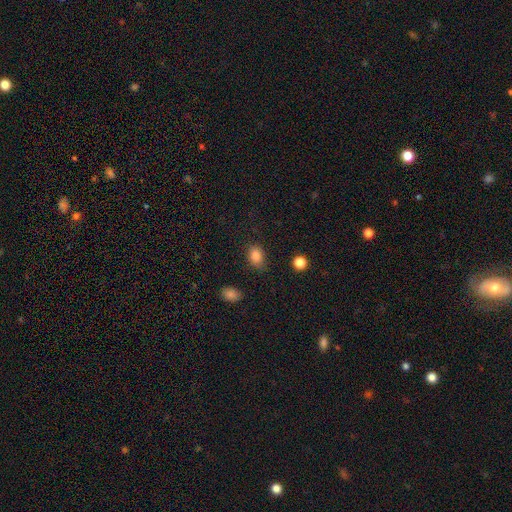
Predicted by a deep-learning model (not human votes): Smooth or featured? smooth (85%)
How rounded? in between (67%)
Merging? none (76%)